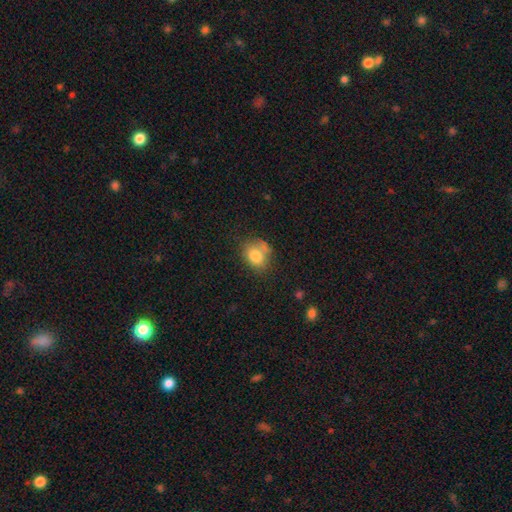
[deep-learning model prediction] A smooth galaxy with no disk features (80%) that is in between round and cigar-shaped (53%).

Vote fractions:
- Smooth or featured? smooth: 80% / featured or disk: 11% / star or artifact: 9%
- How rounded? in between: 53% / round: 46% / cigar-shaped: 1%
- Merging? none: 52% / minor disturbance: 25% / merger: 14% / major disturbance: 10%